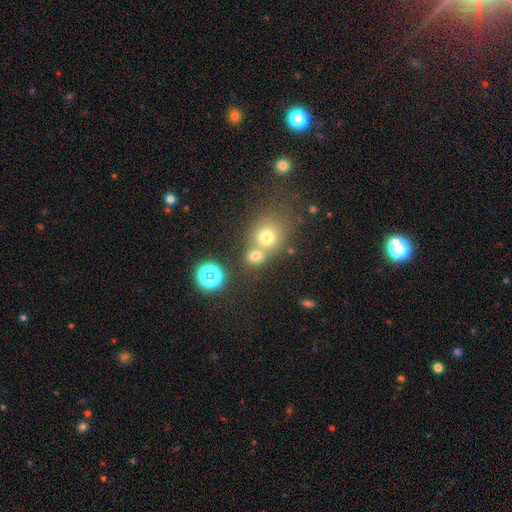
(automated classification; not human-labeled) Overall: smooth (69%). How rounded: round (80%). Merging: none (49%; merger 41%).